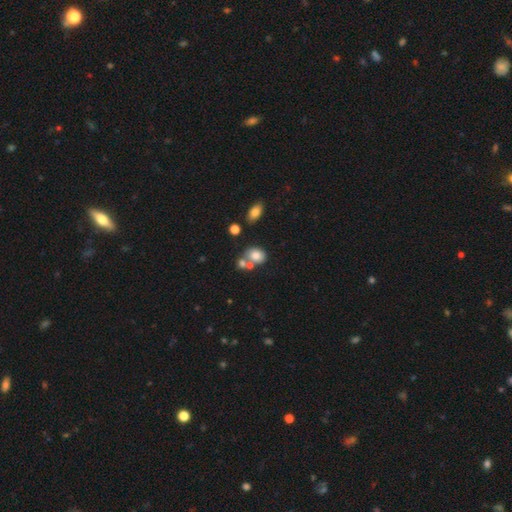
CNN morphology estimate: smooth_or_featured: smooth (p=0.75) [alt: featured or disk p=0.14]
how_rounded: in between (p=0.53) [alt: round p=0.46]
merging: none (p=0.42) [alt: merger p=0.39]